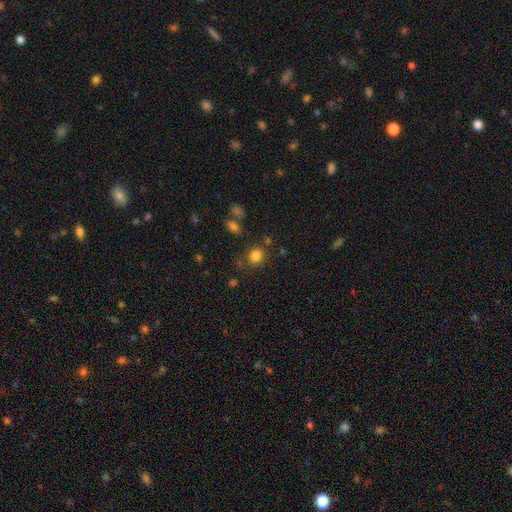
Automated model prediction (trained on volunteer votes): smooth_or_featured: smooth (p=0.82) [alt: star or artifact p=0.13]
how_rounded: round (p=0.76) [alt: in between p=0.23]
merging: none (p=0.78) [alt: minor disturbance p=0.11]